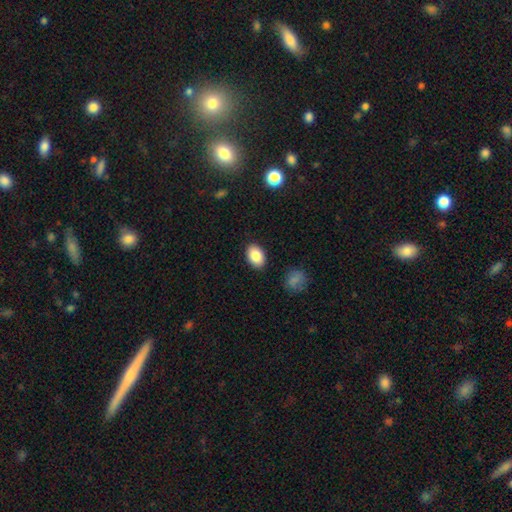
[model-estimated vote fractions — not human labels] Smooth or featured: smooth — 87% (star or artifact — 7%)
How rounded: in between — 86% (round — 13%)
Merging: none — 88% (minor disturbance — 8%)